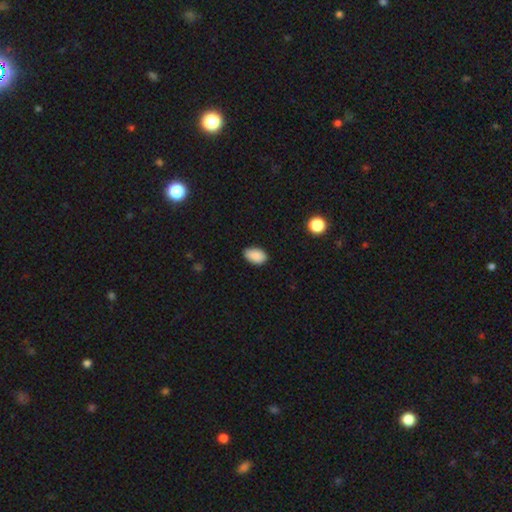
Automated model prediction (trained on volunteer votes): This appears to be a smooth galaxy with no disk features (88%) that is in between round and cigar-shaped (91%). Merging: none (80%).